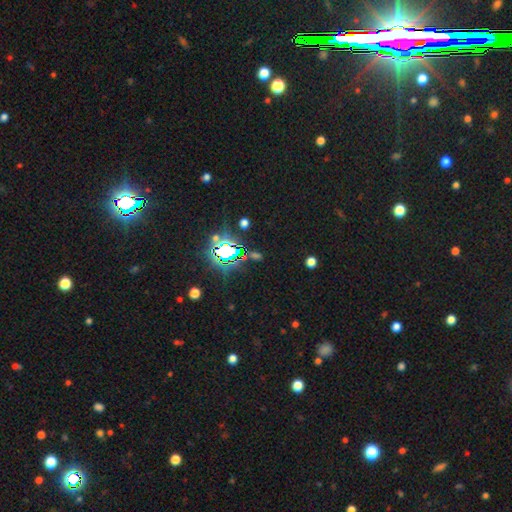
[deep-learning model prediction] The model was most divided on "smooth or featured": star or artifact: 76%, smooth: 16%, featured or disk: 8%.